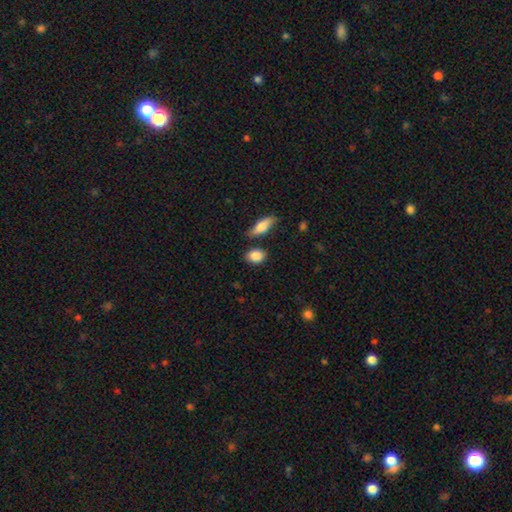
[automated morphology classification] smooth-or-featured: smooth: 86% | star or artifact: 7% | featured or disk: 7%
  how-rounded: in between: 67% | round: 30% | cigar-shaped: 3%
  merging: none: 73% | minor disturbance: 15% | merger: 8% | major disturbance: 3%